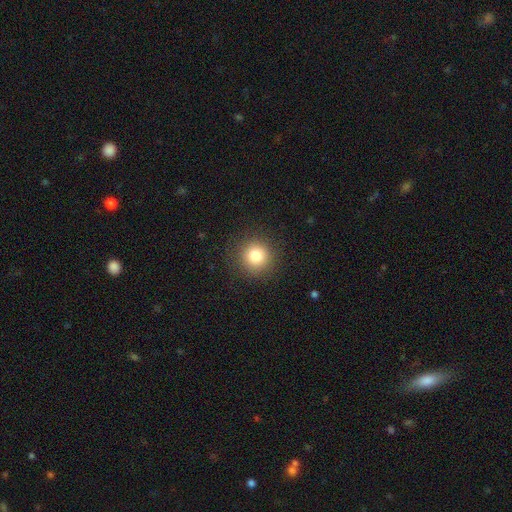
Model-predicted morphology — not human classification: The model was most divided on "smooth or featured": smooth: 81%, star or artifact: 12%, featured or disk: 7%. More confident: how rounded — round (93%); merging — none (90%).